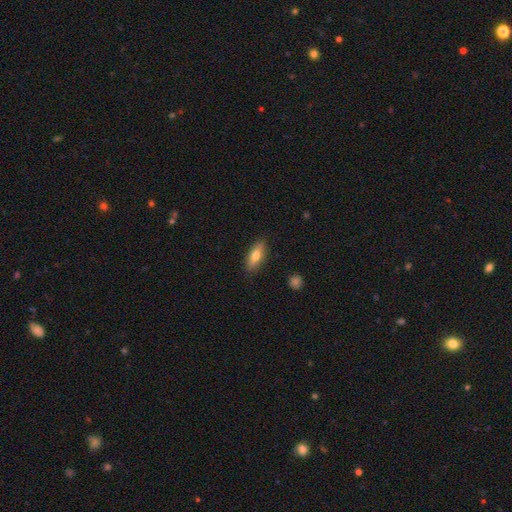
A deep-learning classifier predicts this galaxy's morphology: Q: Smooth or featured?
A: smooth (63%); runner-up: featured or disk (30%)
Q: How rounded?
A: in between (59%); runner-up: cigar-shaped (38%)
Q: Merging?
A: none (87%); runner-up: minor disturbance (10%)